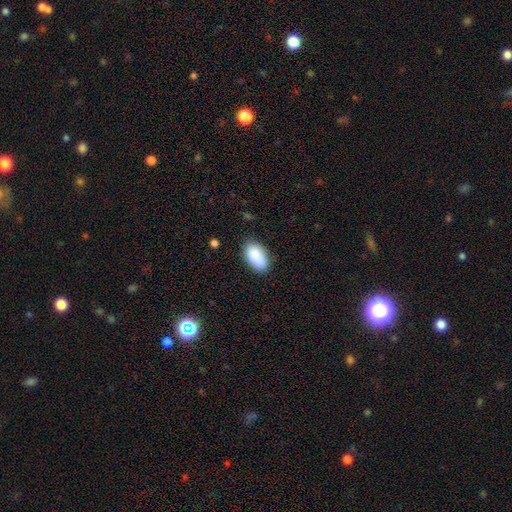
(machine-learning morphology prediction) A smooth galaxy with no disk features (86%) that is in between round and cigar-shaped (93%).

Vote fractions:
- Smooth or featured? smooth: 86% / star or artifact: 7% / featured or disk: 7%
- How rounded? in between: 93% / round: 5% / cigar-shaped: 2%
- Merging? none: 74% / minor disturbance: 19% / major disturbance: 4% / merger: 3%